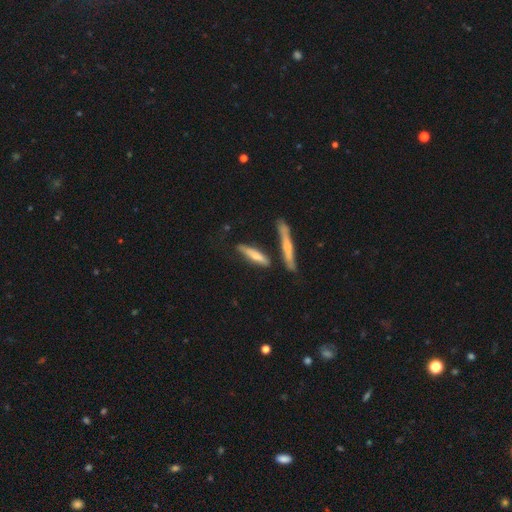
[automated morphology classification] This appears to be a smooth galaxy with no disk features (55%) that is cigar-shaped (82%). Merging: none (67%).